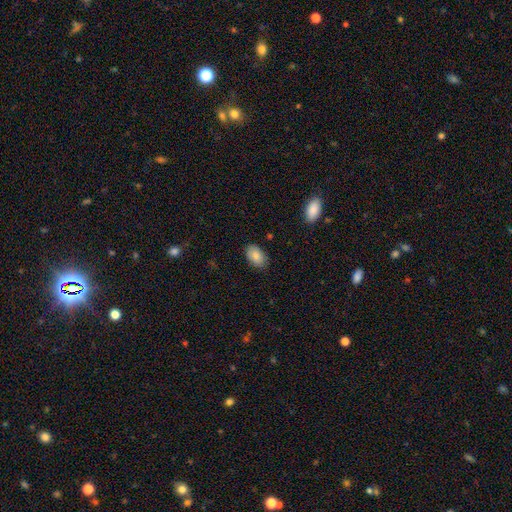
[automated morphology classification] This is clearly a smooth galaxy (86%). How rounded: clearly in between (91%). Merging: clearly none (86%).